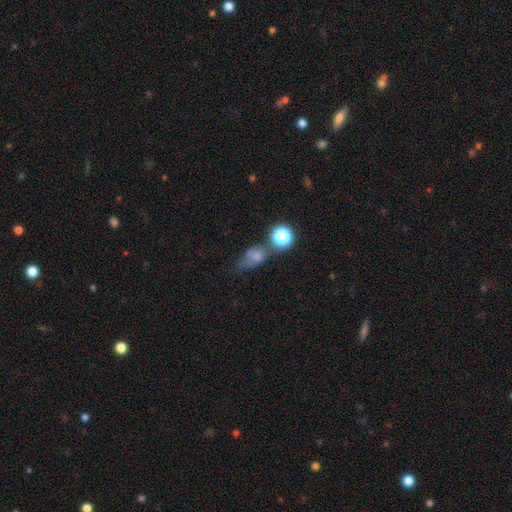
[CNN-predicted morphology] Smooth or featured? Predicted: smooth (p=0.61). How rounded? Predicted: in between (p=0.58). Merging? Predicted: none (p=0.36).